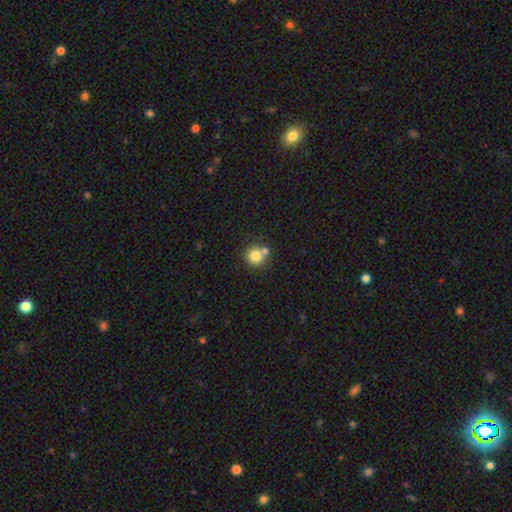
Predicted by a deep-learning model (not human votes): Smooth or featured? Predicted: smooth (p=0.80). How rounded? Predicted: round (p=0.92). Merging? Predicted: none (p=0.65).